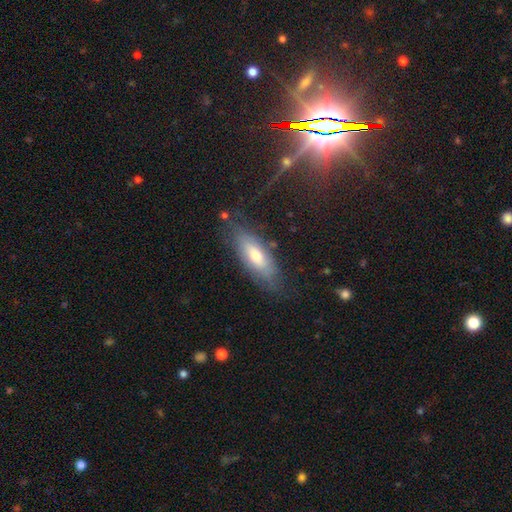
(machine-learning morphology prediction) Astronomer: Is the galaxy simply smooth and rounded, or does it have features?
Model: smooth — 55% (runner-up: featured or disk, 37%).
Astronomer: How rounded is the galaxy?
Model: in between — 69%.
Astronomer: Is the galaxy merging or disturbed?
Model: none — 72%.